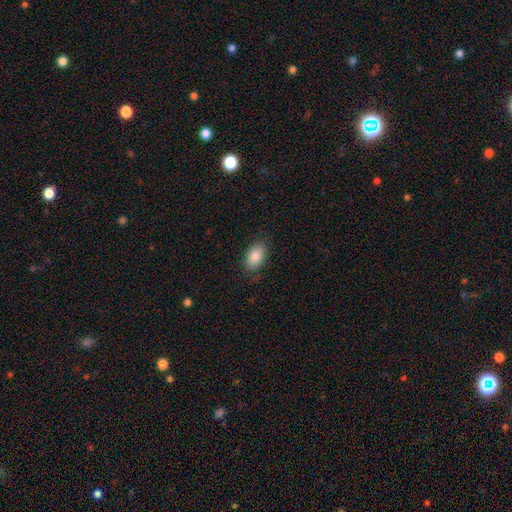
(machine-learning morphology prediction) smooth_or_featured: smooth (p=0.88) [alt: star or artifact p=0.07]
how_rounded: in between (p=0.91) [alt: round p=0.07]
merging: none (p=0.82) [alt: minor disturbance p=0.13]